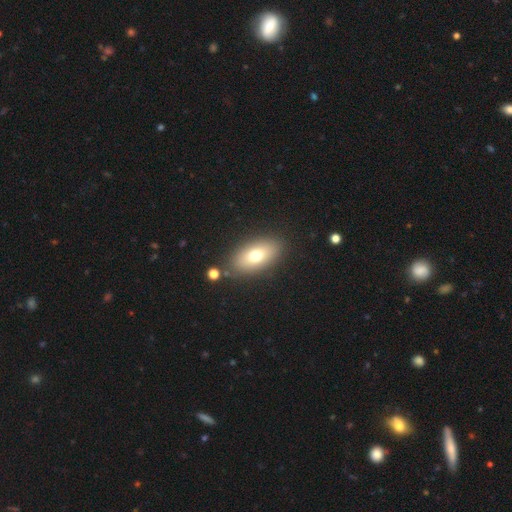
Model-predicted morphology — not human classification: This appears to be a smooth galaxy with no disk features (72%) that is in between round and cigar-shaped (88%). Merging: none (82%).